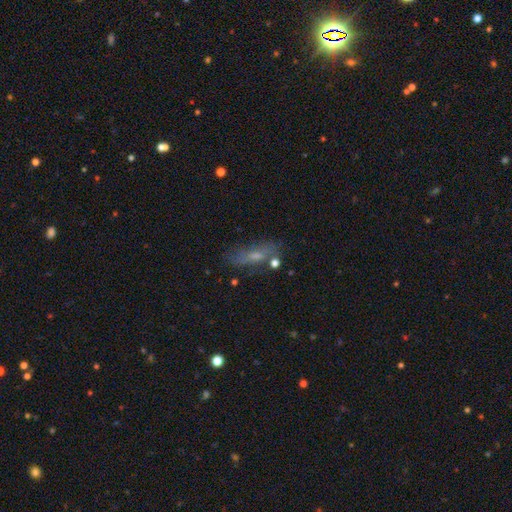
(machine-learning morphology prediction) Smooth or featured? Predicted: smooth (p=0.44). Merging? Predicted: none (p=0.67).